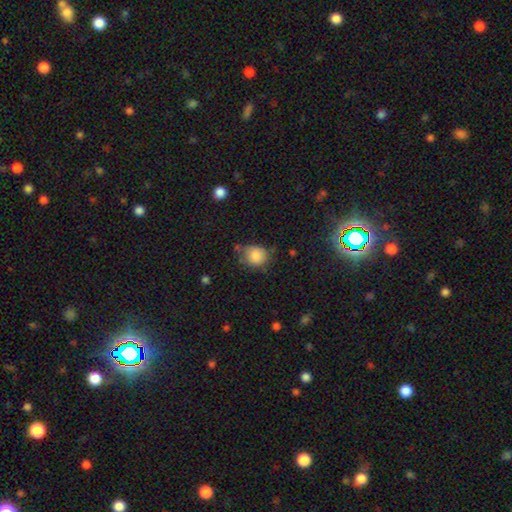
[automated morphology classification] This is clearly a smooth galaxy (84%). How rounded: likely round (65%). Merging: possibly none (53%).